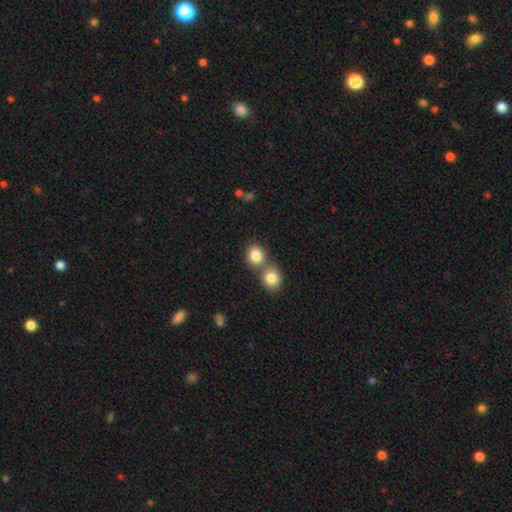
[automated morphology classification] The model was most divided on "merging": merger: 46%, none: 45%, minor disturbance: 7%, major disturbance: 3%. More confident: smooth or featured — smooth (84%); how rounded — round (76%).